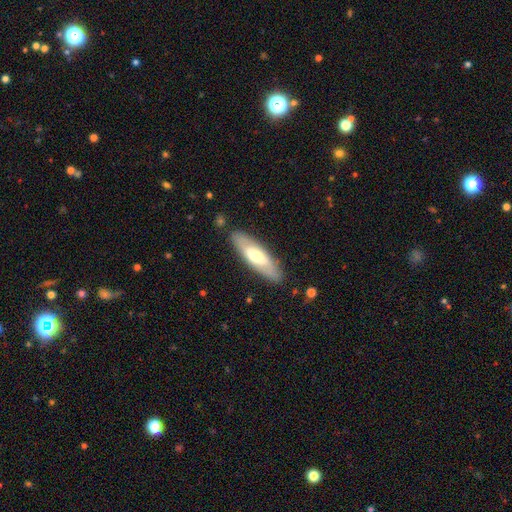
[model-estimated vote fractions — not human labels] smooth_or_featured: smooth (p=0.53) [alt: featured or disk p=0.41]
how_rounded: cigar-shaped (p=0.51) [alt: in between p=0.47]
merging: none (p=0.86) [alt: minor disturbance p=0.10]